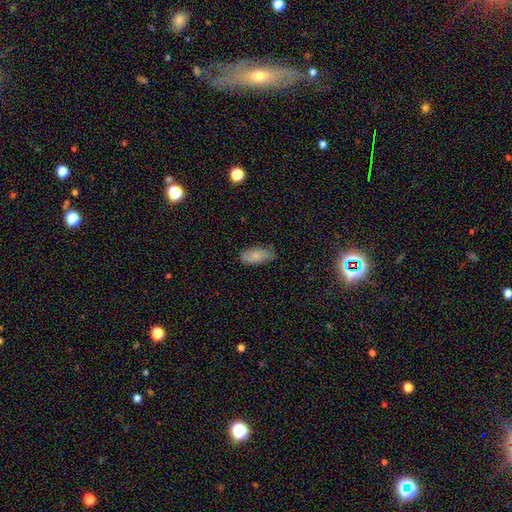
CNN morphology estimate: Smooth or featured? smooth (81%)
How rounded? in between (89%)
Merging? none (76%)